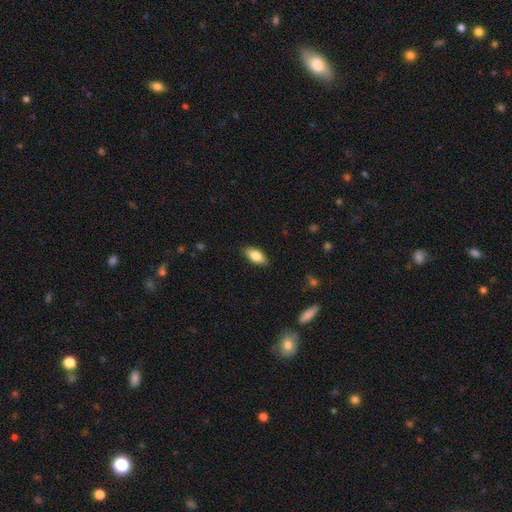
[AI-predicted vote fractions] A smooth galaxy with no disk features (82%) that is in between round and cigar-shaped (89%).

Vote fractions:
- Smooth or featured? smooth: 82% / featured or disk: 12% / star or artifact: 7%
- How rounded? in between: 89% / cigar-shaped: 8% / round: 3%
- Merging? none: 87% / minor disturbance: 10% / major disturbance: 2% / merger: 1%